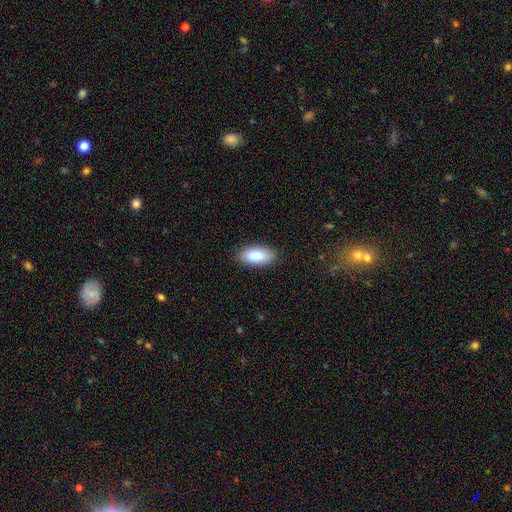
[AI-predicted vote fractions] Q: Smooth or featured?
A: smooth (87%); runner-up: star or artifact (6%)
Q: How rounded?
A: in between (89%); runner-up: cigar-shaped (9%)
Q: Merging?
A: none (84%); runner-up: minor disturbance (12%)